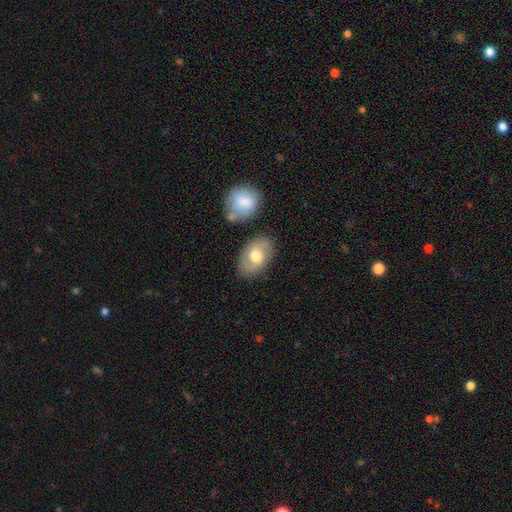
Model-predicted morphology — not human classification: A smooth galaxy with no disk features (57%) that is in between round and cigar-shaped (86%). Merging: none (78%).